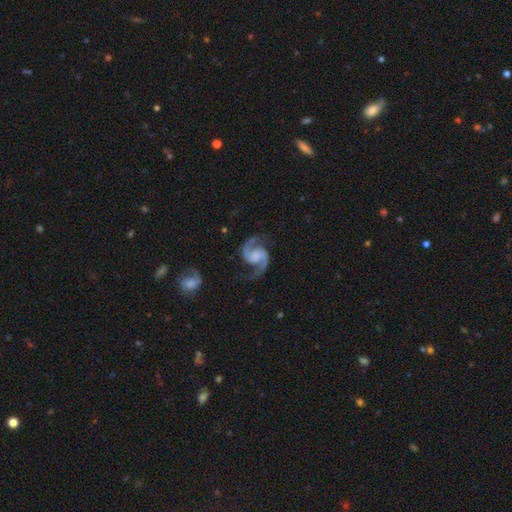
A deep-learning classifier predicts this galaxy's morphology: Q: Smooth or featured?
A: featured or disk (93%); runner-up: star or artifact (4%)
Q: Edge-on disk?
A: no (98%); runner-up: yes (2%)
Q: Bar?
A: no (50%); runner-up: weak (37%)
Q: Spiral arms?
A: yes (99%); runner-up: no (1%)
Q: Spiral winding?
A: medium (59%); runner-up: loose (30%)
Q: Spiral arm count?
A: 2 (95%); runner-up: 1 (1%)
Q: Bulge size?
A: none (48%); runner-up: moderate (19%)
Q: Merging?
A: none (79%); runner-up: minor disturbance (13%)